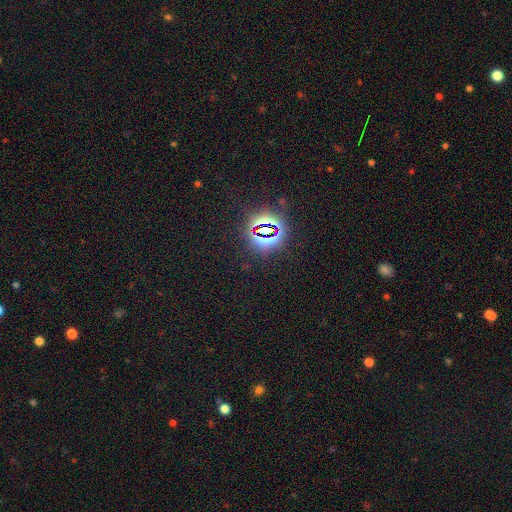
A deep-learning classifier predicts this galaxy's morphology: This appears to be a star or artifact, not a galaxy (83%).